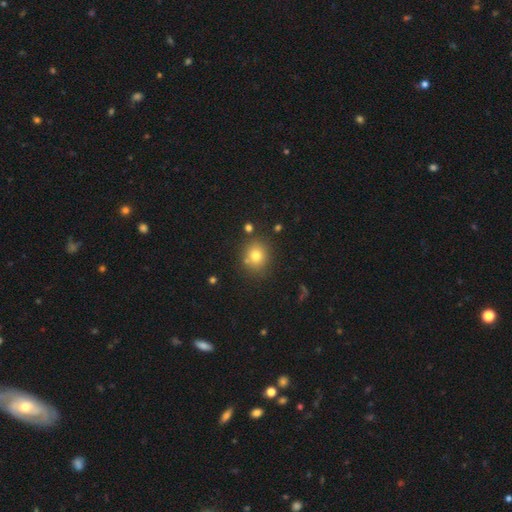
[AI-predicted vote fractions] The model was most divided on "smooth or featured": smooth: 77%, star or artifact: 14%, featured or disk: 10%. More confident: how rounded — round (82%); merging — none (80%).